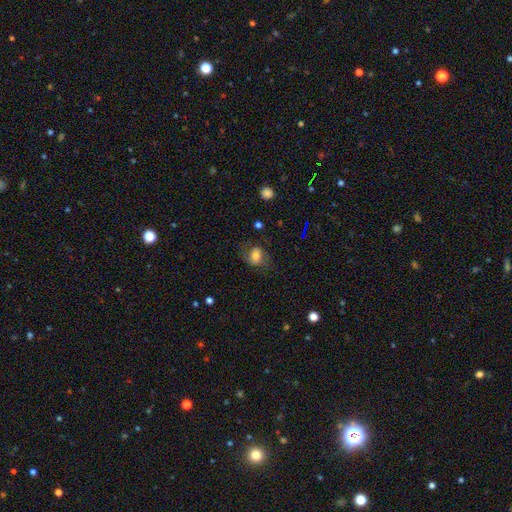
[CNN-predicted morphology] Smooth or featured? smooth (63%)
How rounded? in between (61%)
Merging? none (64%)